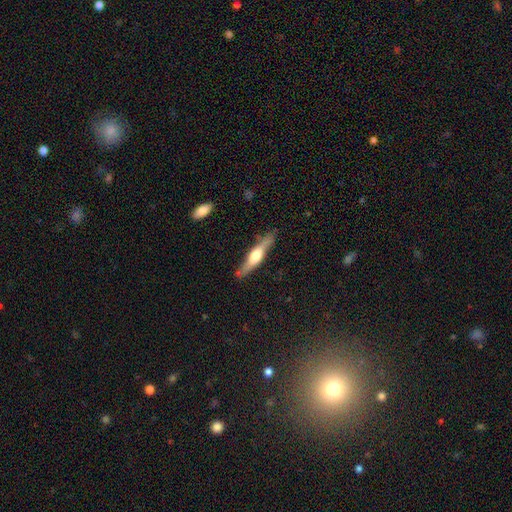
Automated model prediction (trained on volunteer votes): Smooth or featured?
  - featured or disk: 63% *
  - smooth: 32%
  - star or artifact: 5%
Edge-on disk?
  - yes: 94% *
  - no: 6%
Edge-on bulge?
  - rounded: 89% *
  - boxy: 8%
  - none: 3%
Merging?
  - none: 81% *
  - minor disturbance: 14%
  - major disturbance: 3%
  - merger: 2%